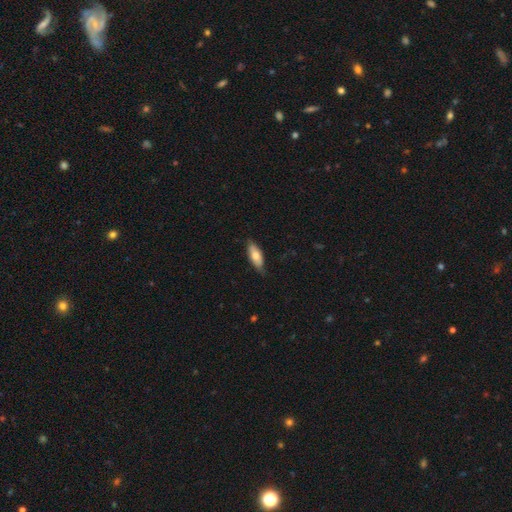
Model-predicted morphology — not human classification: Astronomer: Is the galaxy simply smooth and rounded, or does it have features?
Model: smooth — 70%.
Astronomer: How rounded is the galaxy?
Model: in between — 71%.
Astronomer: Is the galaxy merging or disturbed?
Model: none — 76%.